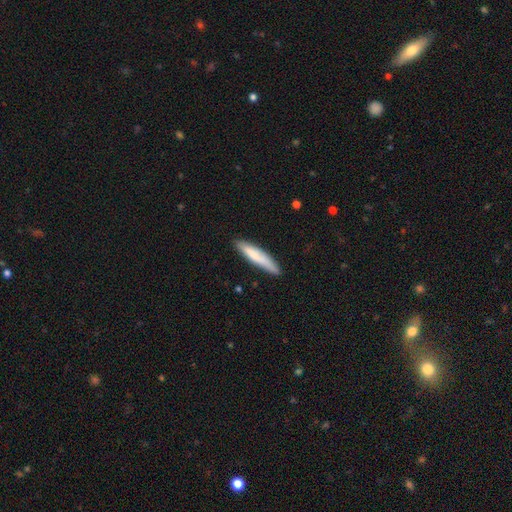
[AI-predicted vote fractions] Morphology: type=smooth (74%); roundness=cigar-shaped (87%); merging=none (83%).